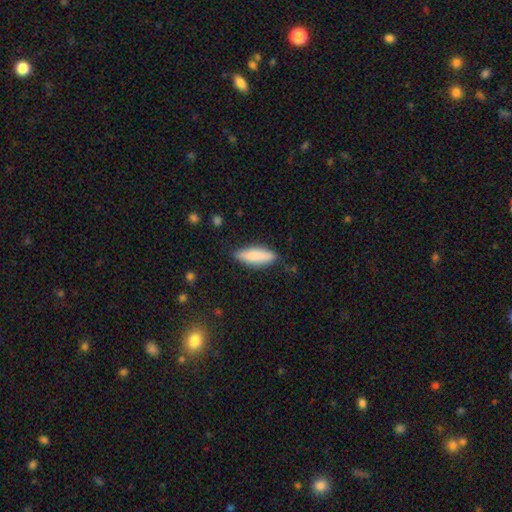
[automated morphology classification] A smooth galaxy with no disk features (79%) that is cigar-shaped (51%).

Vote fractions:
- Smooth or featured? smooth: 79% / featured or disk: 15% / star or artifact: 6%
- How rounded? cigar-shaped: 51% / in between: 47% / round: 2%
- Merging? none: 78% / minor disturbance: 17% / major disturbance: 4% / merger: 2%